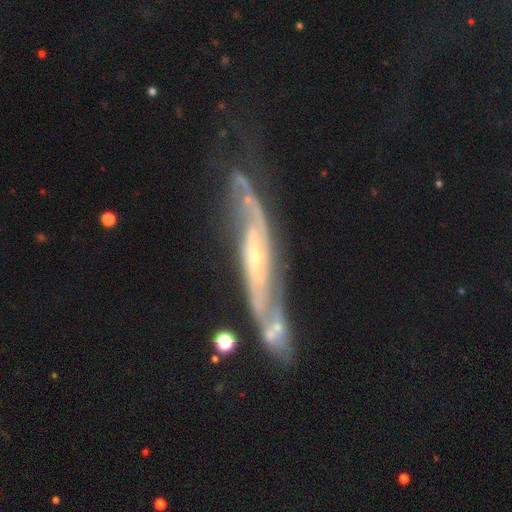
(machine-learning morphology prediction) Overall: featured or disk (81%). Edge-on disk: no (62%; yes 38%). Merging: none (53%; minor disturbance 21%).